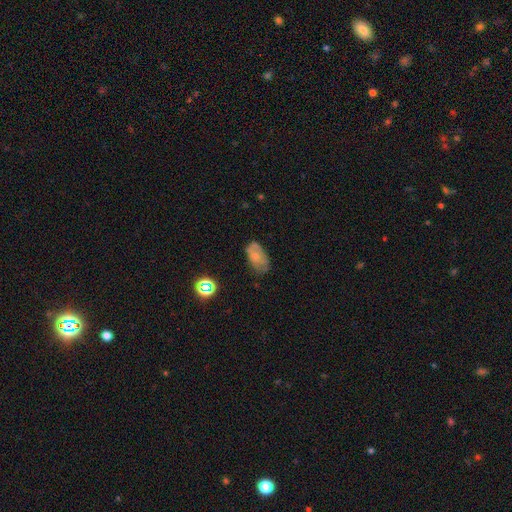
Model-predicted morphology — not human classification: Overall: smooth (56%; featured or disk 32%). How rounded: in between (91%). Merging: none (55%; minor disturbance 32%).